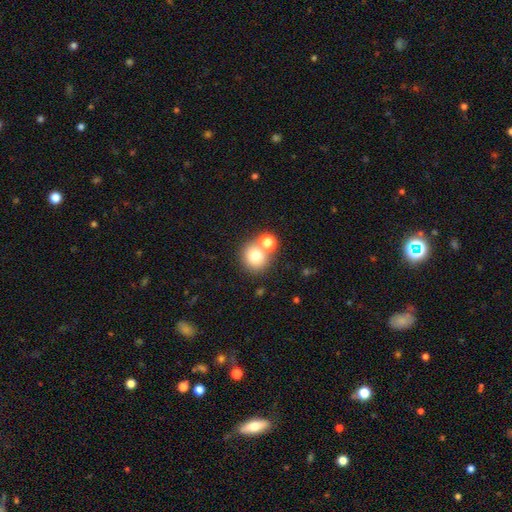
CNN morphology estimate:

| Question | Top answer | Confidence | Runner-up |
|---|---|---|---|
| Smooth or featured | smooth | 75% | star or artifact (13%) |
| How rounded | round | 87% | in between (12%) |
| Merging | none | 58% | merger (31%) |